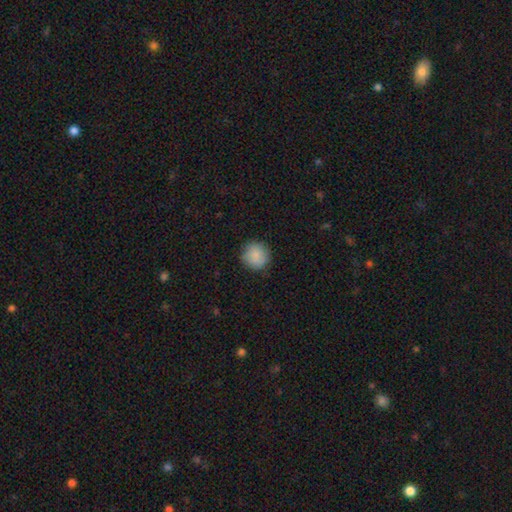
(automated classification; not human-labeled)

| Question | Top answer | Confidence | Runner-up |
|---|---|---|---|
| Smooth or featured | smooth | 87% | star or artifact (8%) |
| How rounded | round | 94% | in between (5%) |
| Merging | none | 86% | minor disturbance (10%) |